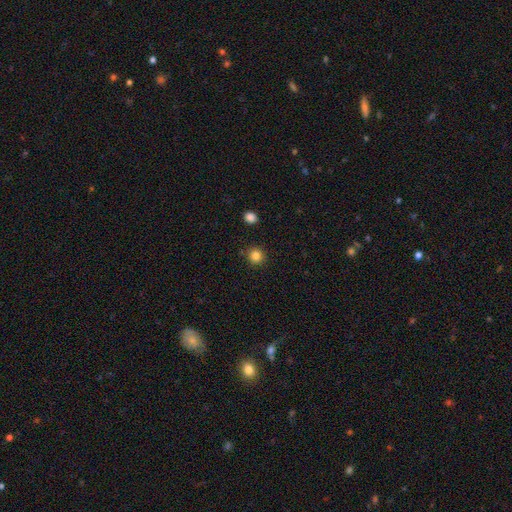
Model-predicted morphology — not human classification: Smooth or featured: smooth — 84% (star or artifact — 12%)
How rounded: round — 93% (in between — 6%)
Merging: none — 91% (minor disturbance — 6%)